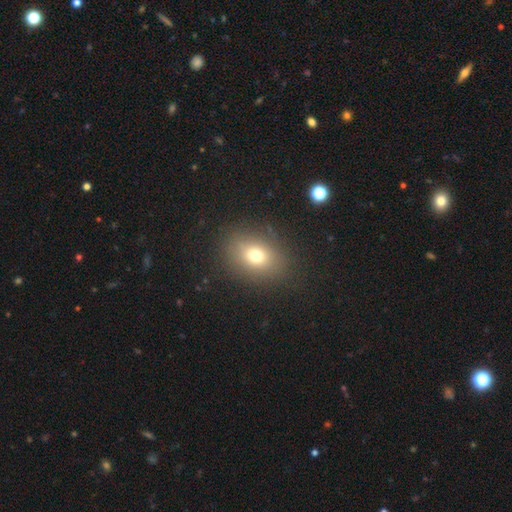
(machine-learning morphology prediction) smooth_or_featured: smooth (p=0.72) [alt: star or artifact p=0.15]
how_rounded: in between (p=0.56) [alt: round p=0.42]
merging: none (p=0.84) [alt: minor disturbance p=0.09]